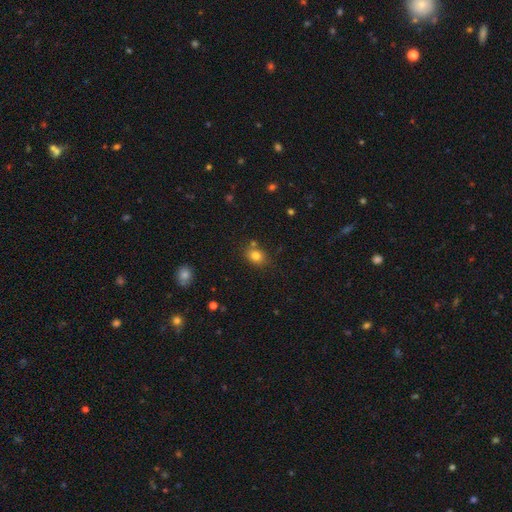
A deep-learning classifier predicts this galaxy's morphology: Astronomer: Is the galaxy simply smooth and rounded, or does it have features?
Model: smooth — 80%.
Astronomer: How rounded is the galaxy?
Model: round — 52% (runner-up: in between, 47%).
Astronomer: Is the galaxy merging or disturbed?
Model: none — 75%.